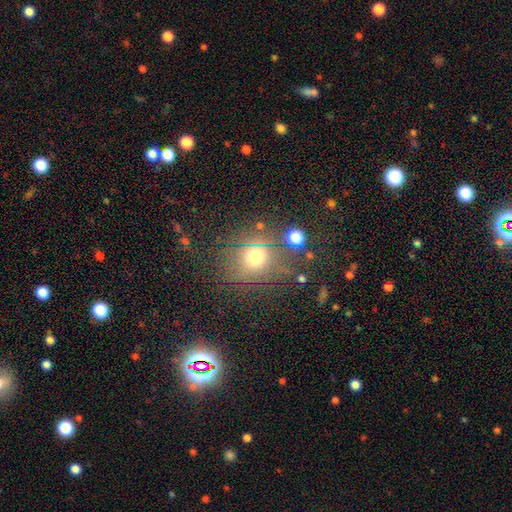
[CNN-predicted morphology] type=smooth (62%); roundness=round (75%); merging=none (70%).